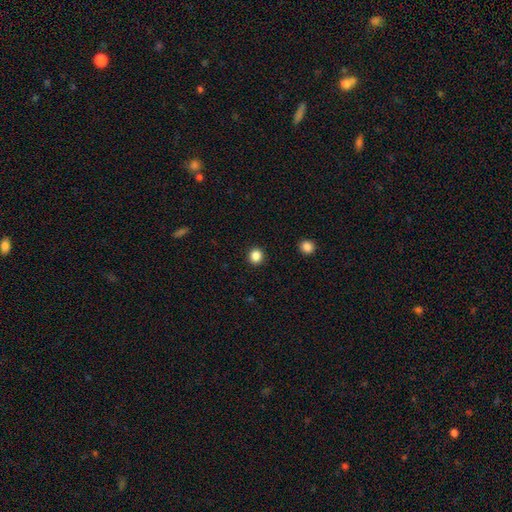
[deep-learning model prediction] Smooth or featured?
  - smooth: 86% *
  - star or artifact: 11%
  - featured or disk: 3%
How rounded?
  - round: 91% *
  - in between: 8%
  - cigar-shaped: 1%
Merging?
  - none: 93% *
  - minor disturbance: 5%
  - major disturbance: 2%
  - merger: 1%